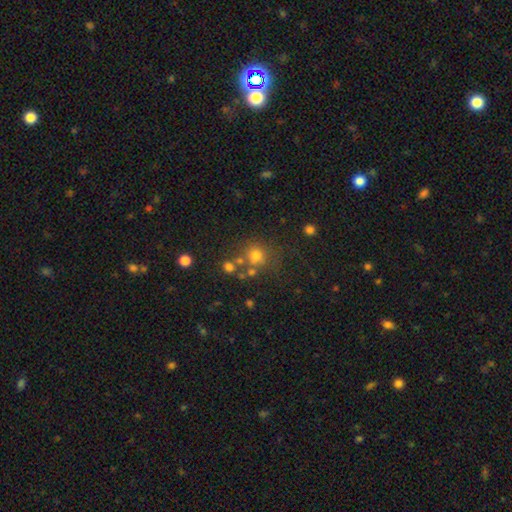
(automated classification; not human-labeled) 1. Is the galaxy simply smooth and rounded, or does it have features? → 71% smooth, 18% star or artifact, 11% featured or disk.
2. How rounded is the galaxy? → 89% round, 10% in between, 1% cigar-shaped.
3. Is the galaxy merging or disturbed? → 65% none, 17% merger, 12% minor disturbance, 6% major disturbance.